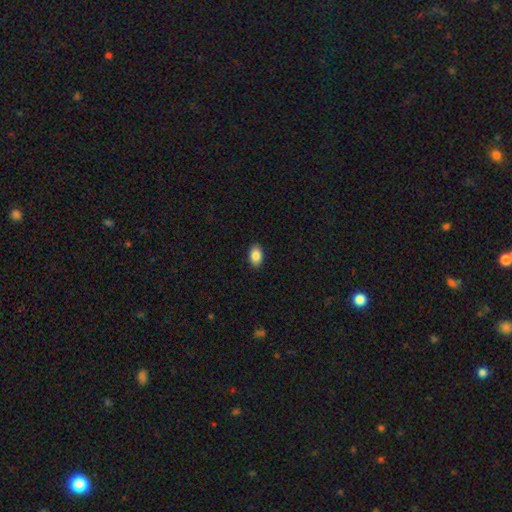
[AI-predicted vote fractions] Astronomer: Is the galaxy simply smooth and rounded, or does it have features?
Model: smooth — 88%.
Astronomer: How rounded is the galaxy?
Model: in between — 90%.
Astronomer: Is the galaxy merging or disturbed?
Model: none — 90%.